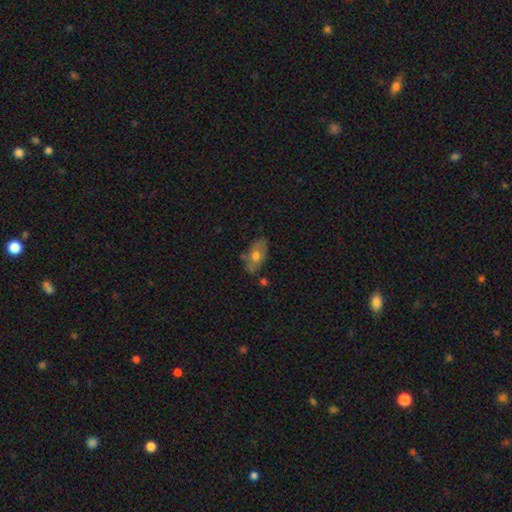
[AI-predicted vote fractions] The model was most divided on "smooth or featured": smooth: 57%, featured or disk: 35%, star or artifact: 8%. More confident: how rounded — in between (88%); merging — none (65%).